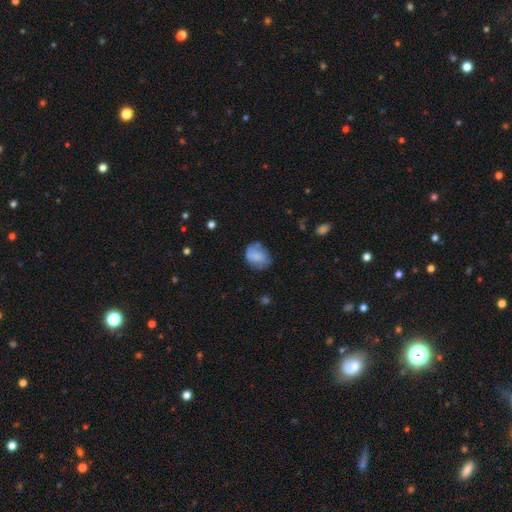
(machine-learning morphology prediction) smooth_or_featured: smooth (p=0.70) [alt: featured or disk p=0.21]
how_rounded: in between (p=0.51) [alt: round p=0.48]
merging: none (p=0.53) [alt: minor disturbance p=0.30]